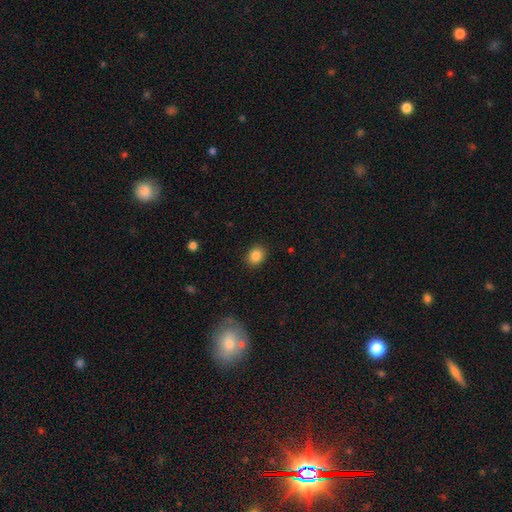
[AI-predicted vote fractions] Morphology: type=smooth (86%); roundness=round (56%); merging=none (89%).